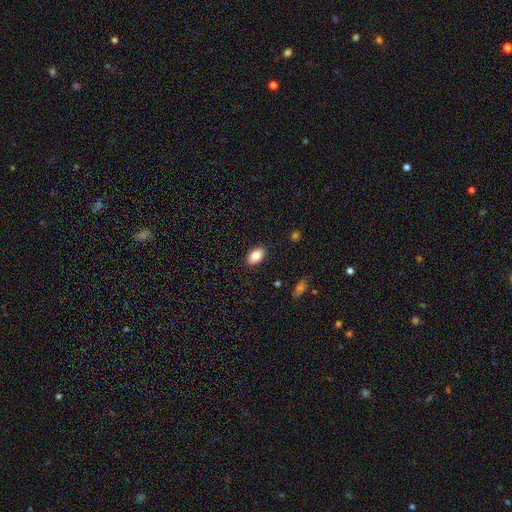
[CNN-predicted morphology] Smooth or featured: smooth — 86% (star or artifact — 7%)
How rounded: in between — 92% (round — 6%)
Merging: none — 88% (minor disturbance — 9%)